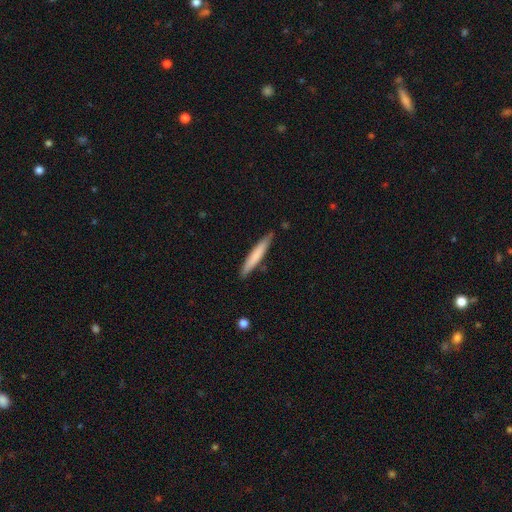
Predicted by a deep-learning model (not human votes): smooth 72%, featured or disk 23%, star or artifact 5%. Down the decision tree: how rounded — cigar-shaped (95%); merging — none (85%).